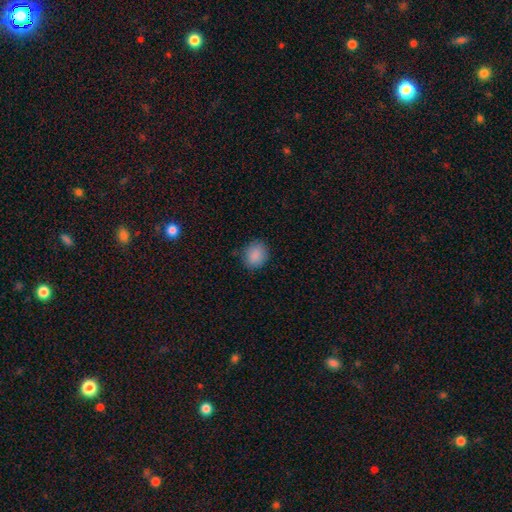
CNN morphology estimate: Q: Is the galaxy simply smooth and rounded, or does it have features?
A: smooth — 88%.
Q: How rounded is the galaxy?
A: round — 66%.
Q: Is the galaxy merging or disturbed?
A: none — 81%.